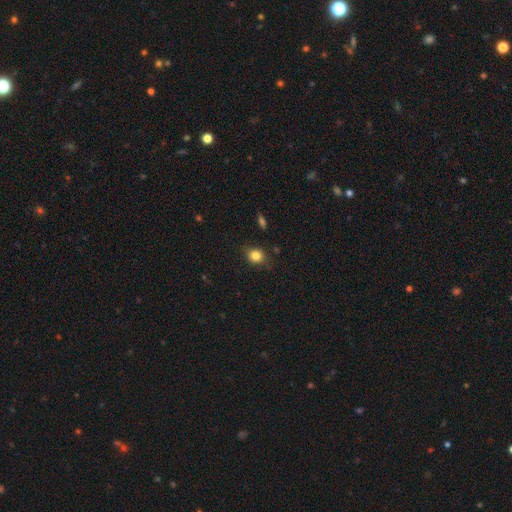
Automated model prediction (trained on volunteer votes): Smooth or featured: smooth — 82% (star or artifact — 11%)
How rounded: round — 67% (in between — 31%)
Merging: none — 79% (minor disturbance — 16%)